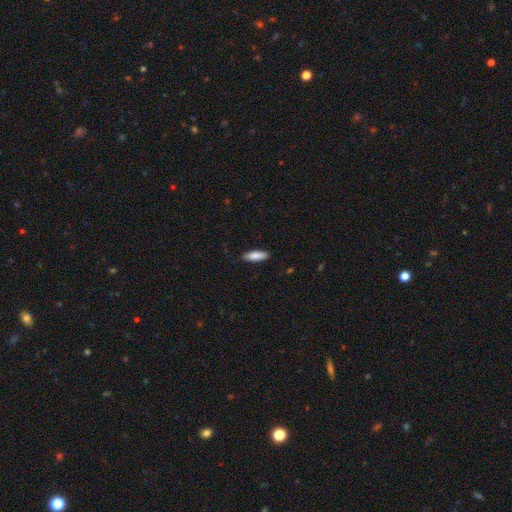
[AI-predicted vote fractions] A smooth galaxy with no disk features (86%) that is in between round and cigar-shaped (55%).

Vote fractions:
- Smooth or featured? smooth: 86% / featured or disk: 8% / star or artifact: 6%
- How rounded? in between: 55% / cigar-shaped: 43% / round: 2%
- Merging? none: 83% / minor disturbance: 13% / major disturbance: 2% / merger: 1%